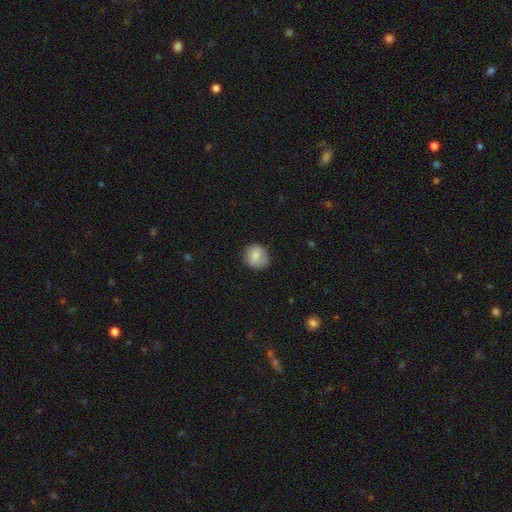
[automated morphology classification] Smooth or featured: smooth — 78% (featured or disk — 14%)
How rounded: round — 86% (in between — 13%)
Merging: none — 82% (minor disturbance — 14%)